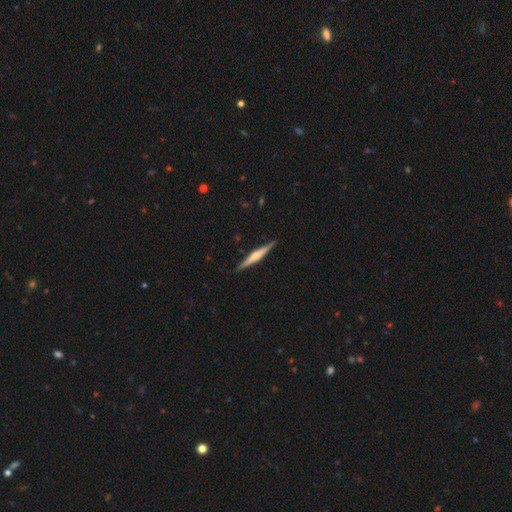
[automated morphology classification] smooth-or-featured: featured or disk: 66% | smooth: 29% | star or artifact: 5%
  disk-edge-on: yes: 98% | no: 2%
    edge-on-bulge: rounded: 72% | boxy: 16% | none: 12%
  merging: none: 90% | minor disturbance: 7% | major disturbance: 1% | merger: 1%